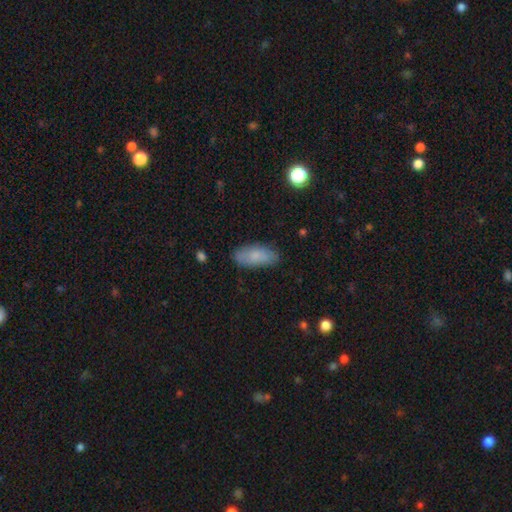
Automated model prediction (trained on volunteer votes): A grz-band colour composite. It shows a smooth galaxy with no disk features (79%) that is in between round and cigar-shaped (82%). Merging: none (82%).